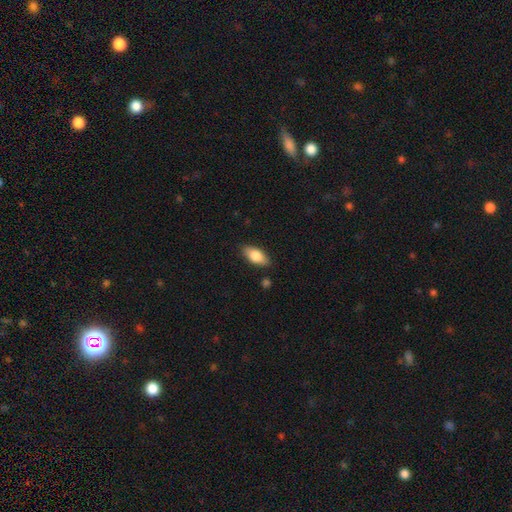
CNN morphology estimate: Smooth or featured? Predicted: smooth (p=0.80). How rounded? Predicted: in between (p=0.88). Merging? Predicted: none (p=0.86).